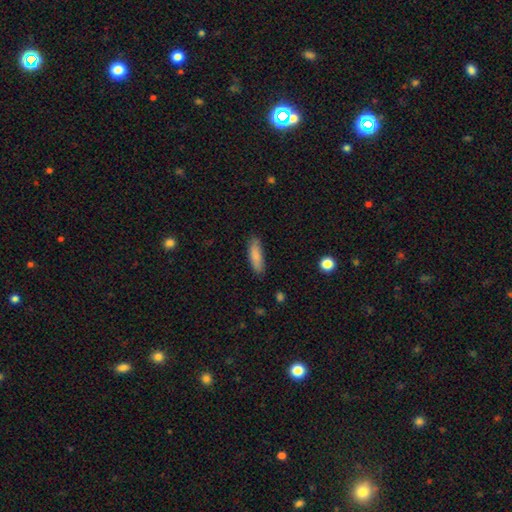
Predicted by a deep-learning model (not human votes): This is clearly a smooth galaxy (85%). How rounded: possibly cigar-shaped (54%). Merging: clearly none (83%).